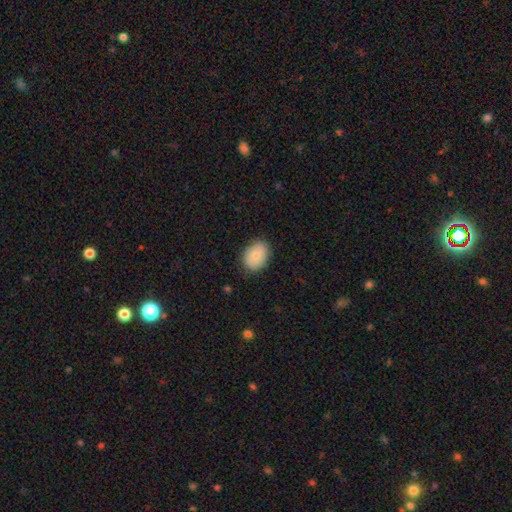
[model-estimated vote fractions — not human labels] Smooth or featured?
  - smooth: 80% *
  - featured or disk: 13%
  - star or artifact: 7%
How rounded?
  - in between: 76% *
  - round: 23%
  - cigar-shaped: 1%
Merging?
  - none: 84% *
  - minor disturbance: 13%
  - major disturbance: 3%
  - merger: 1%